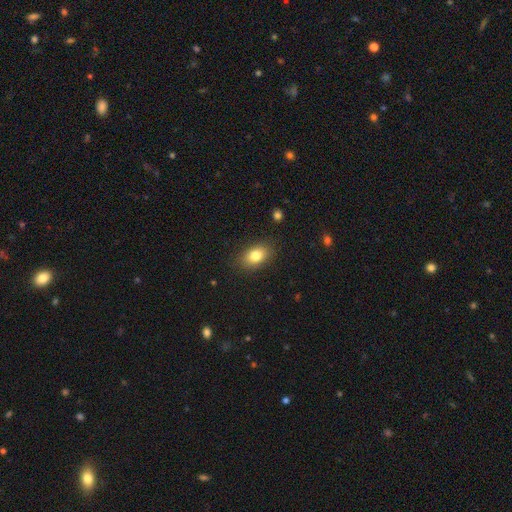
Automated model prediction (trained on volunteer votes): This is clearly a smooth galaxy (82%). How rounded: clearly in between (85%). Merging: clearly none (85%).